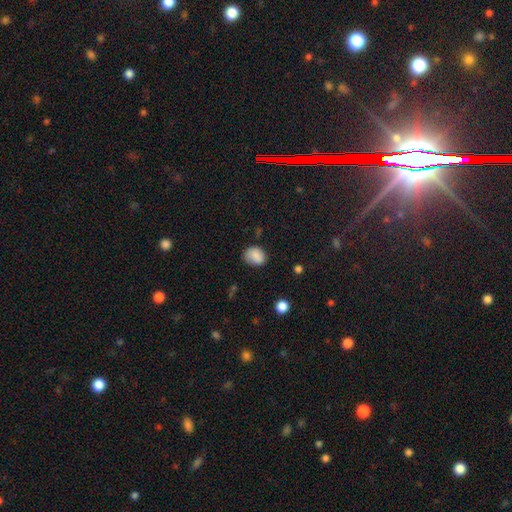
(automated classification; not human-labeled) Q: Smooth or featured?
A: smooth (85%); runner-up: star or artifact (9%)
Q: How rounded?
A: in between (50%); runner-up: round (49%)
Q: Merging?
A: none (68%); runner-up: minor disturbance (25%)